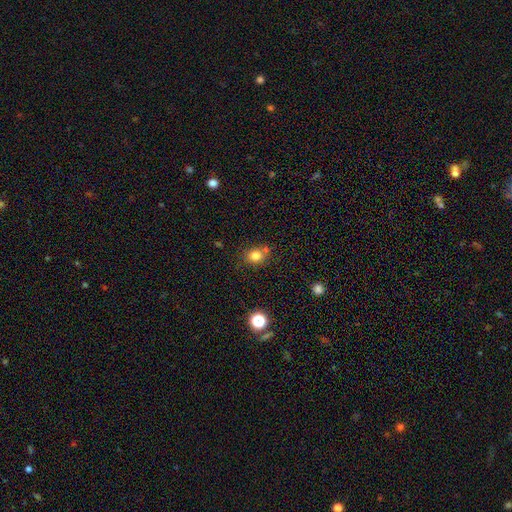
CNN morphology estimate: smooth 80%, star or artifact 13%, featured or disk 7%. Down the decision tree: how rounded — round (70%); merging — none (66%).